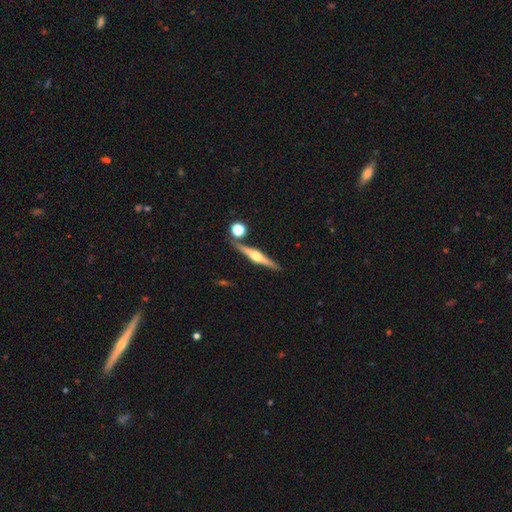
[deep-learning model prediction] Overall: featured or disk (77%). Edge-on disk: yes (98%). Edge-on bulge: rounded (91%). Merging: none (83%).